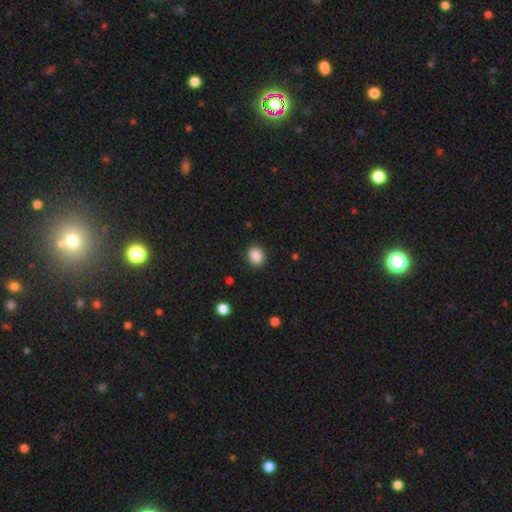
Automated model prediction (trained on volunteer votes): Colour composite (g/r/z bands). It shows a smooth galaxy with no disk features (87%) that is round (56%). Merging: none (88%).